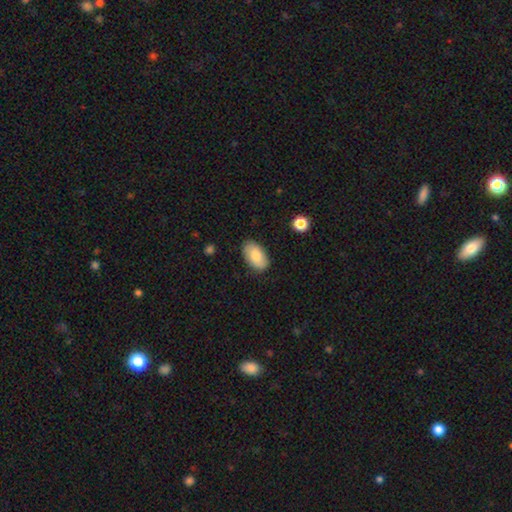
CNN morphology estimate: Smooth or featured? Predicted: smooth (p=0.75). How rounded? Predicted: in between (p=0.94). Merging? Predicted: none (p=0.84).